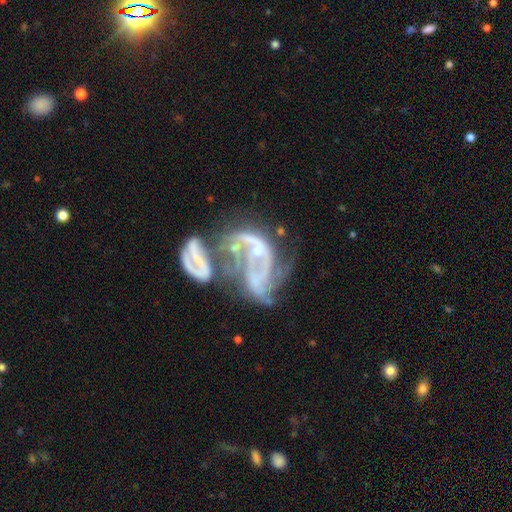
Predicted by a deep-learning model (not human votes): A featured or disk galaxy (82%) with no bar (53%), 2 (52%) loose (41%) spiral arms (84%) and a small central bulge (61%). Merging: merger (62%).